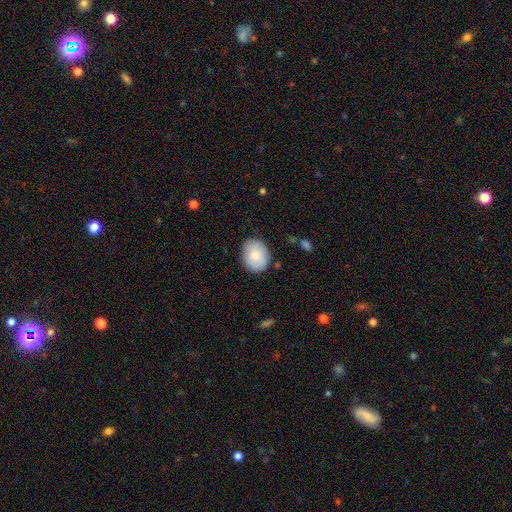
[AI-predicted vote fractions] Smooth or featured? smooth (82%)
How rounded? in between (53%)
Merging? none (82%)